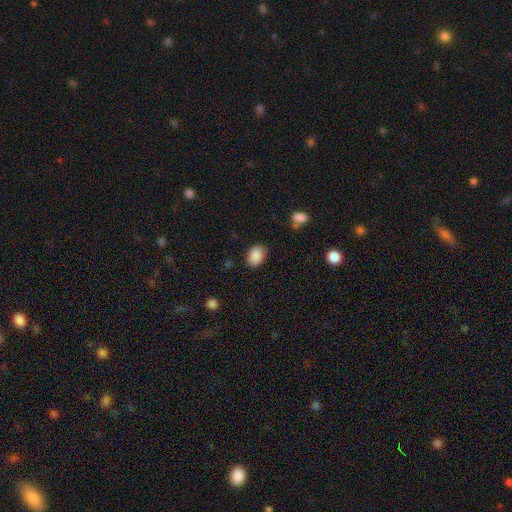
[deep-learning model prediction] Morphology: type=smooth (89%); roundness=in between (80%); merging=none (82%).